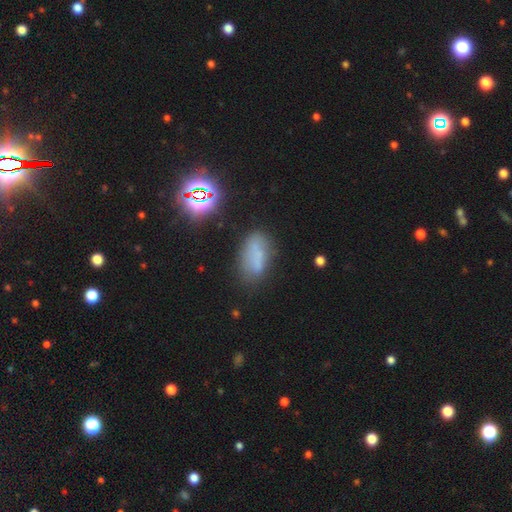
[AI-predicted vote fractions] smooth_or_featured: smooth (p=0.61) [alt: featured or disk p=0.20]
how_rounded: in between (p=0.86) [alt: cigar-shaped p=0.08]
merging: none (p=0.59) [alt: minor disturbance p=0.23]